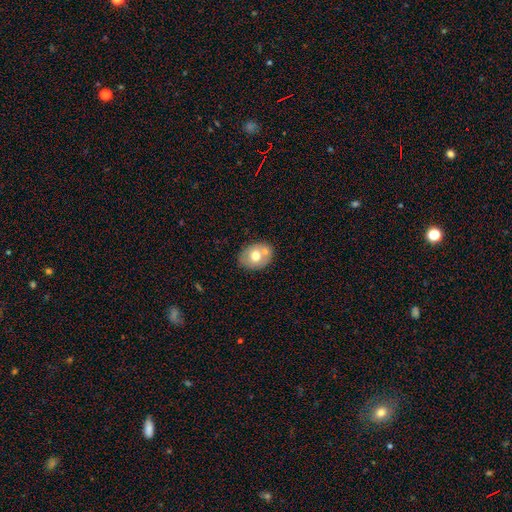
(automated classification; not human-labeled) A smooth galaxy with no disk features (66%) that is in between round and cigar-shaped (64%).

Vote fractions:
- Smooth or featured? smooth: 66% / featured or disk: 27% / star or artifact: 7%
- How rounded? in between: 64% / round: 35% / cigar-shaped: 1%
- Merging? none: 61% / merger: 23% / minor disturbance: 13% / major disturbance: 3%